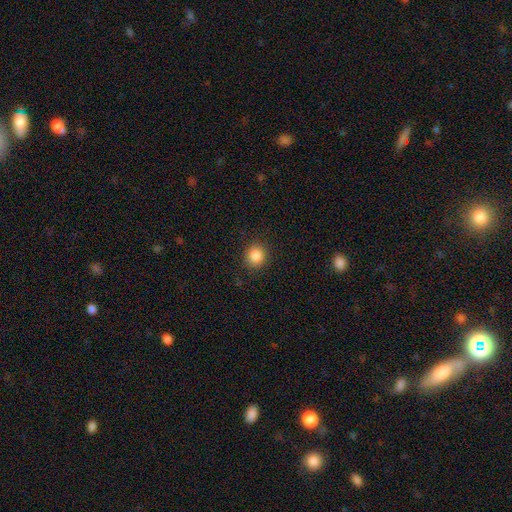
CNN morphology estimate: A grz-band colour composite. It shows a smooth galaxy with no disk features (87%) that is round (83%). Merging: none (88%).